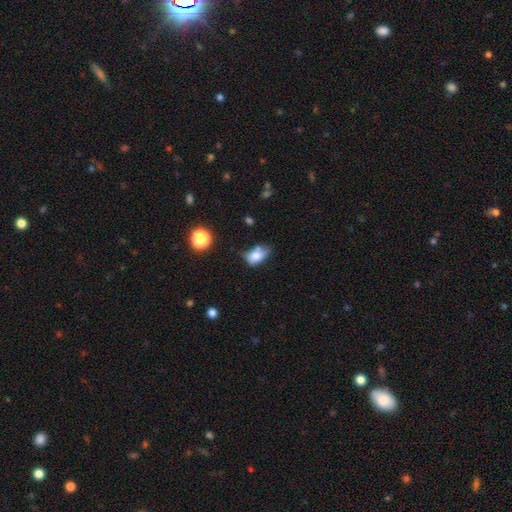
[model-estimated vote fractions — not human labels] Smooth or featured? smooth (68%)
How rounded? in between (79%)
Merging? none (33%)